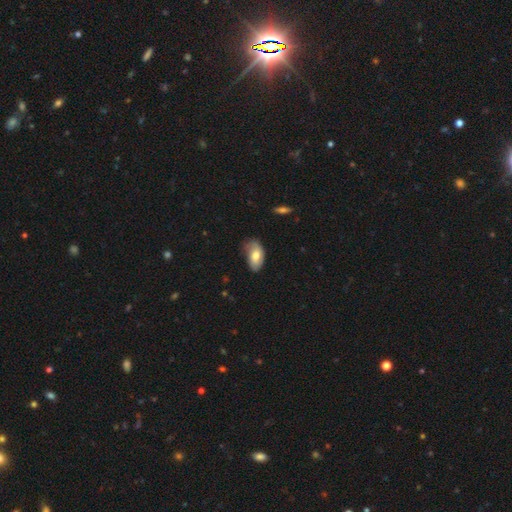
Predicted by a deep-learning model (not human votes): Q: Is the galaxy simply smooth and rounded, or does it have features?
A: smooth — 64%.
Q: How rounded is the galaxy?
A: in between — 92%.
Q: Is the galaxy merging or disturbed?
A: none — 55%.